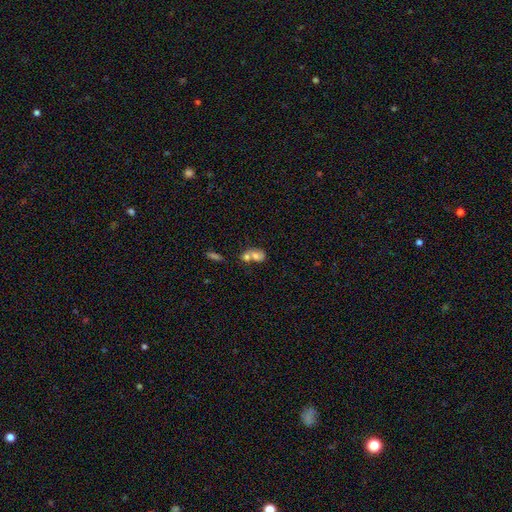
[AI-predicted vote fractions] smooth_or_featured: smooth (p=0.66) [alt: featured or disk p=0.24]
how_rounded: in between (p=0.72) [alt: round p=0.25]
merging: merger (p=0.63) [alt: none p=0.22]